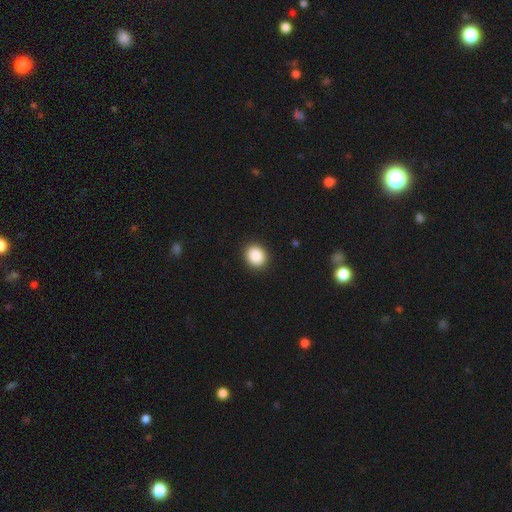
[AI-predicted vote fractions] smooth_or_featured: smooth (p=0.89) [alt: star or artifact p=0.08]
how_rounded: round (p=0.69) [alt: in between p=0.30]
merging: none (p=0.91) [alt: minor disturbance p=0.06]